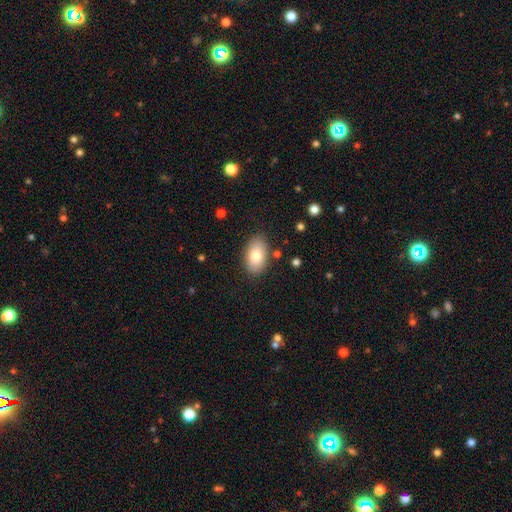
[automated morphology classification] Smooth or featured? smooth (79%)
How rounded? in between (93%)
Merging? none (84%)